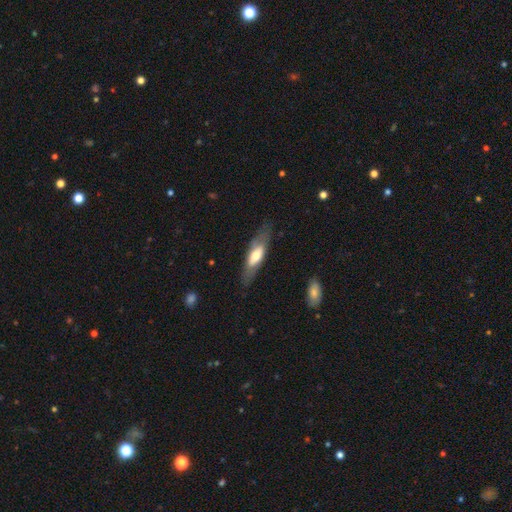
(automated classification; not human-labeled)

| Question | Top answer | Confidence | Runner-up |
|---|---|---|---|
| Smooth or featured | smooth | 49% | featured or disk (45%) |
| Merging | none | 77% | minor disturbance (16%) |